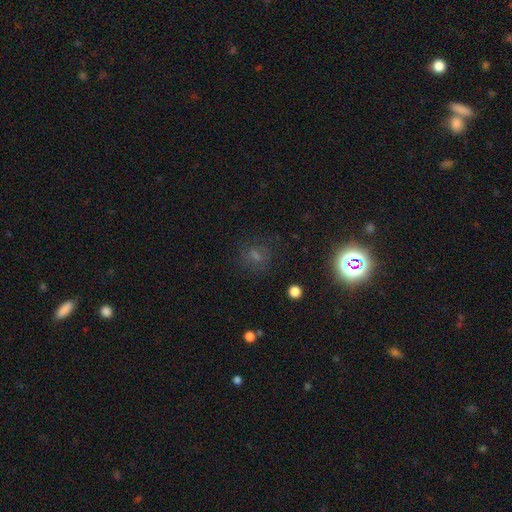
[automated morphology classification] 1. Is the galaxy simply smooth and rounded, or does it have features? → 52% smooth, 34% star or artifact, 13% featured or disk.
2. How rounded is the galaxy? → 68% round, 29% in between, 2% cigar-shaped.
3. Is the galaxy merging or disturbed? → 74% none, 14% minor disturbance, 9% major disturbance, 3% merger.